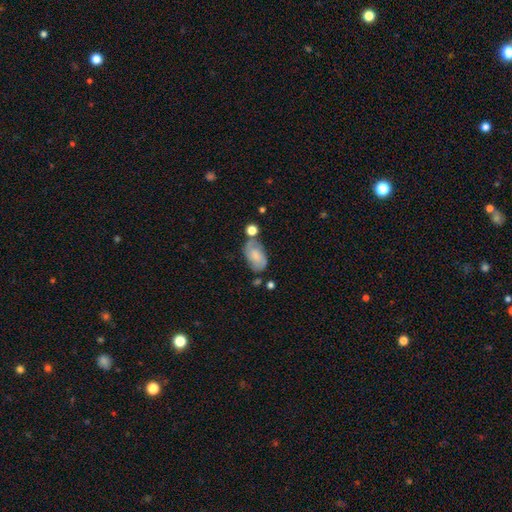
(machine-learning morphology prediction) Smooth or featured? smooth (53%)
How rounded? in between (91%)
Merging? none (50%)